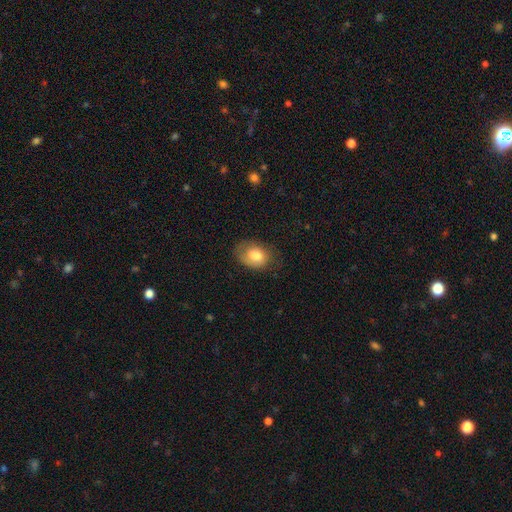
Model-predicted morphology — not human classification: type=smooth (77%); roundness=in between (73%); merging=none (61%).